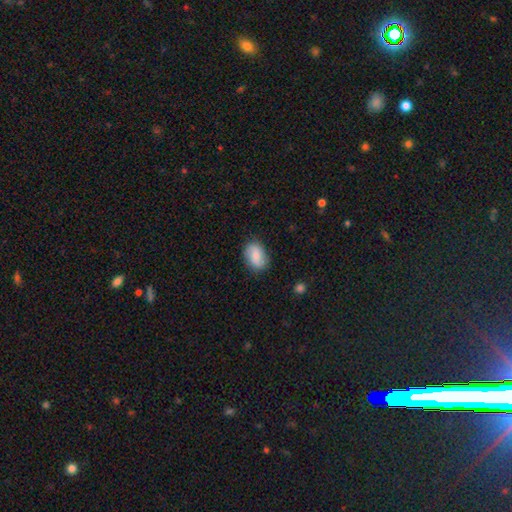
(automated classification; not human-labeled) This is likely a smooth galaxy (60%). How rounded: likely in between (80%). Merging: clearly none (82%).